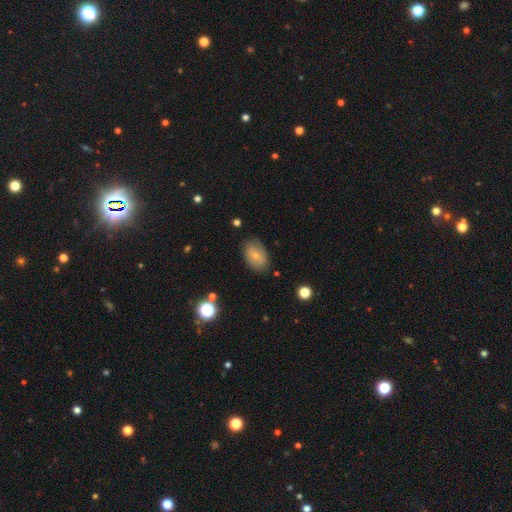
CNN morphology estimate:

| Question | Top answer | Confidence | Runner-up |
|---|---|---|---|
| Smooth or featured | smooth | 66% | featured or disk (25%) |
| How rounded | in between | 87% | round (12%) |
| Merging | none | 79% | minor disturbance (16%) |